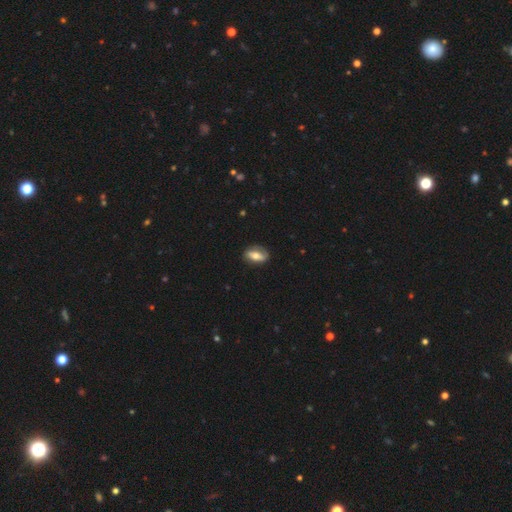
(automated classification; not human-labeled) A smooth galaxy with no disk features (50%). Merging: none (77%).